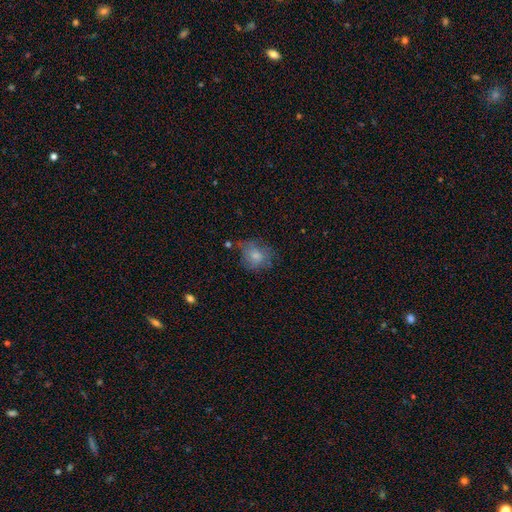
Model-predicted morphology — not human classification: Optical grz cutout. It shows a smooth galaxy with no disk features (70%) that is round (59%). Merging: none (48%).